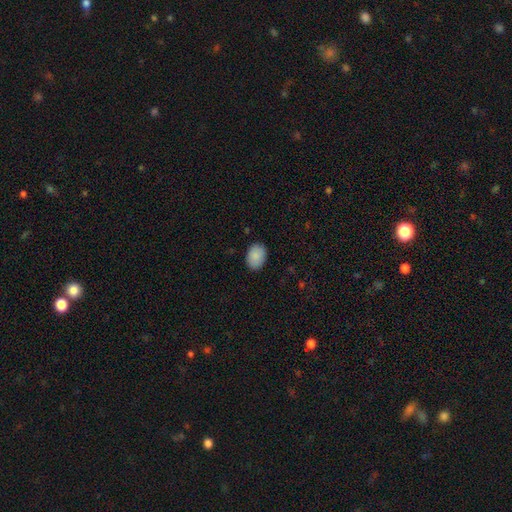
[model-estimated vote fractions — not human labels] Smooth or featured?
  - smooth: 89% *
  - star or artifact: 7%
  - featured or disk: 4%
How rounded?
  - in between: 75% *
  - round: 24%
  - cigar-shaped: 1%
Merging?
  - none: 86% *
  - minor disturbance: 11%
  - major disturbance: 2%
  - merger: 1%